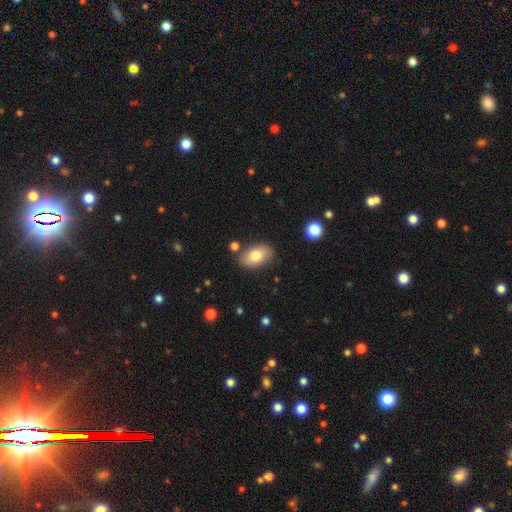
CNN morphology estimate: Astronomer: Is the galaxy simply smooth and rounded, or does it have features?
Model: smooth — 78%.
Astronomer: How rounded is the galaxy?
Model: in between — 92%.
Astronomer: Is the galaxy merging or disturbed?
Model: none — 81%.